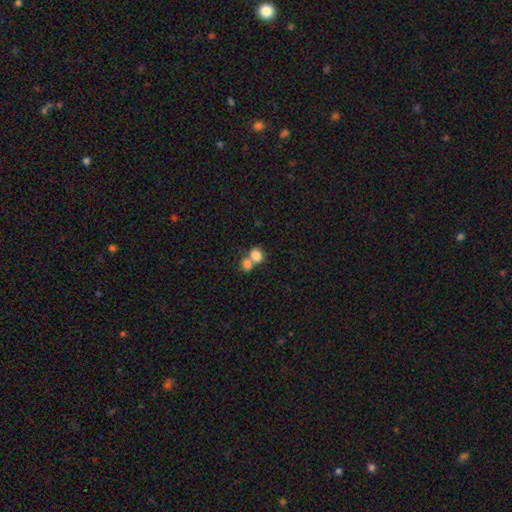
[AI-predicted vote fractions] A smooth galaxy with no disk features (82%) that is round (62%). Merging: merger (61%).